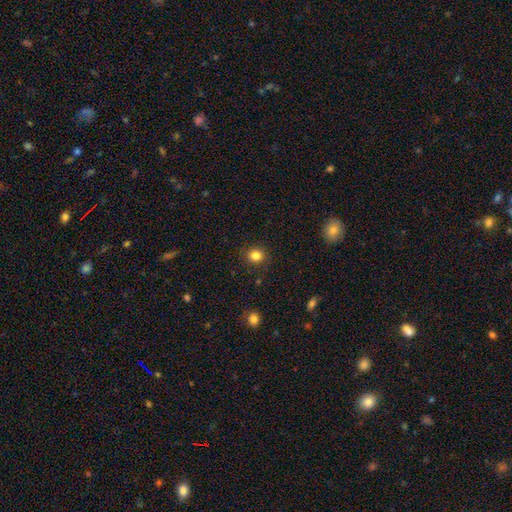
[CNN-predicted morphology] Smooth or featured? smooth (84%)
How rounded? round (85%)
Merging? none (90%)